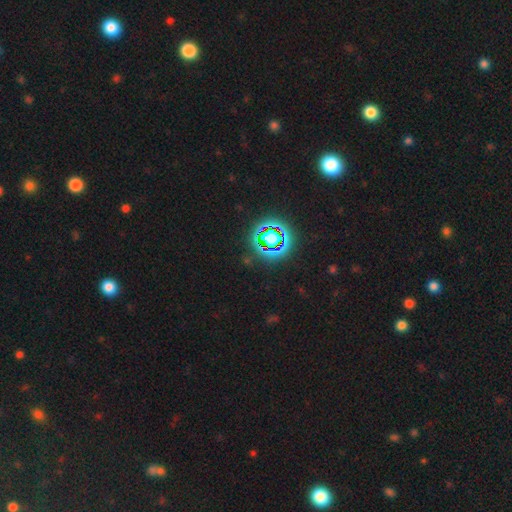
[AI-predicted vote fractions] The model was most divided on "smooth or featured": star or artifact: 76%, smooth: 15%, featured or disk: 8%.